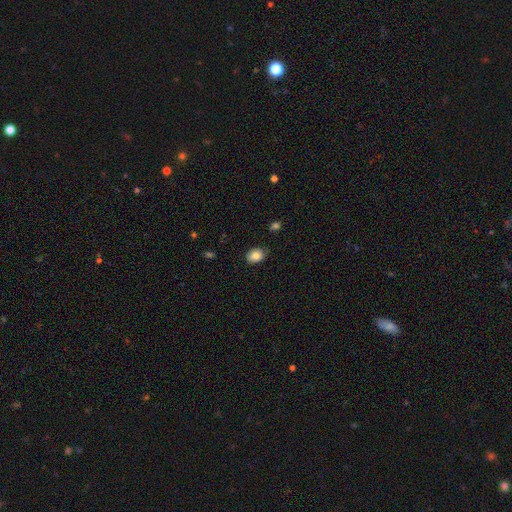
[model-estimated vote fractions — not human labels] This appears to be a smooth galaxy with no disk features (82%) that is in between round and cigar-shaped (68%). Merging: none (78%).